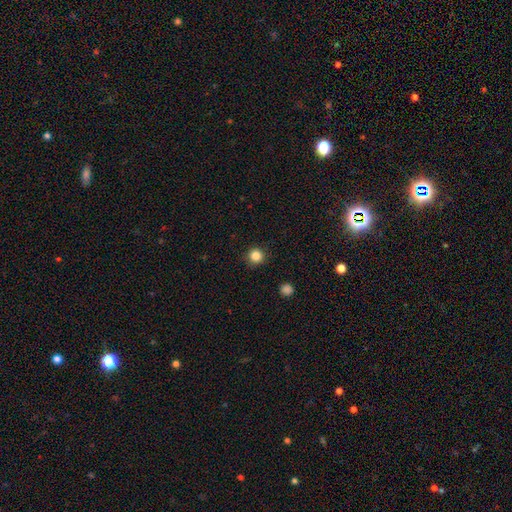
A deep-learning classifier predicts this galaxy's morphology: type=smooth (84%); roundness=round (95%); merging=none (91%).